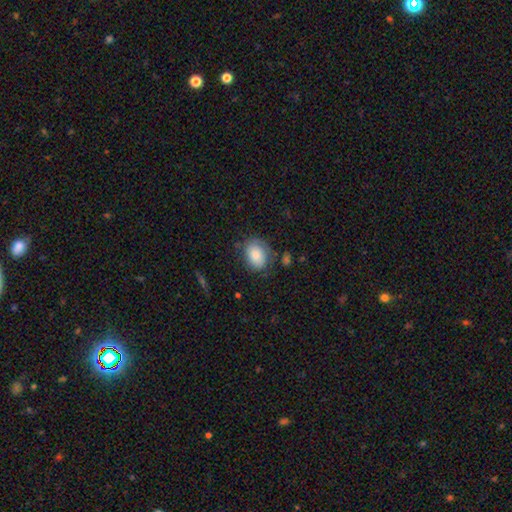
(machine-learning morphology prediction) Q: Smooth or featured?
A: smooth (83%); runner-up: featured or disk (10%)
Q: How rounded?
A: in between (69%); runner-up: round (30%)
Q: Merging?
A: none (70%); runner-up: minor disturbance (20%)